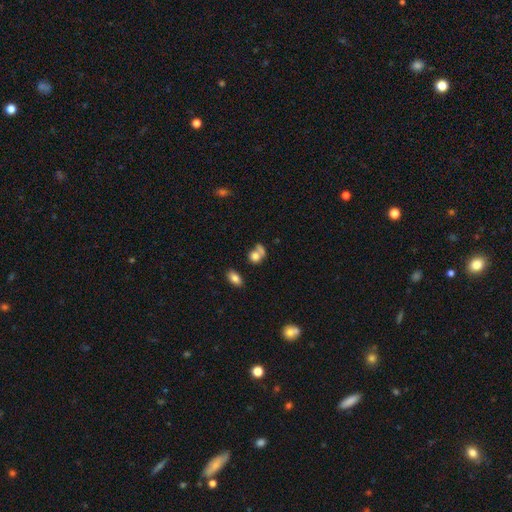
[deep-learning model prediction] Q: Smooth or featured?
A: smooth (75%); runner-up: featured or disk (14%)
Q: How rounded?
A: round (62%); runner-up: in between (36%)
Q: Merging?
A: none (39%); tied with: merger (39%)